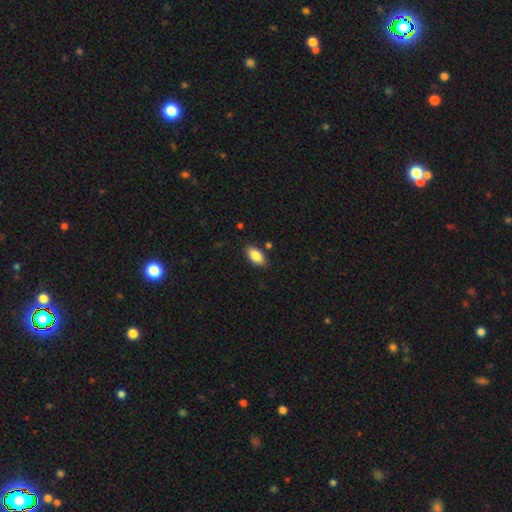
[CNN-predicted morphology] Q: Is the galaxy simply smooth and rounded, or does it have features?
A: smooth — 85%.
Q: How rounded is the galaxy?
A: in between — 91%.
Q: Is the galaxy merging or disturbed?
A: none — 84%.